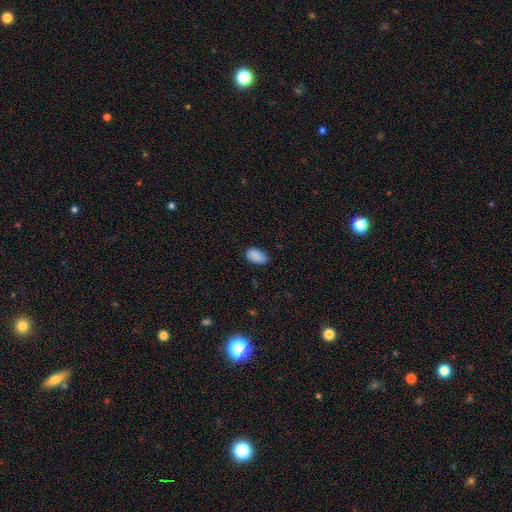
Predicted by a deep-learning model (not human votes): A smooth galaxy with no disk features (89%) that is in between round and cigar-shaped (93%).

Vote fractions:
- Smooth or featured? smooth: 89% / star or artifact: 8% / featured or disk: 4%
- How rounded? in between: 93% / round: 5% / cigar-shaped: 2%
- Merging? none: 73% / minor disturbance: 22% / major disturbance: 3% / merger: 1%